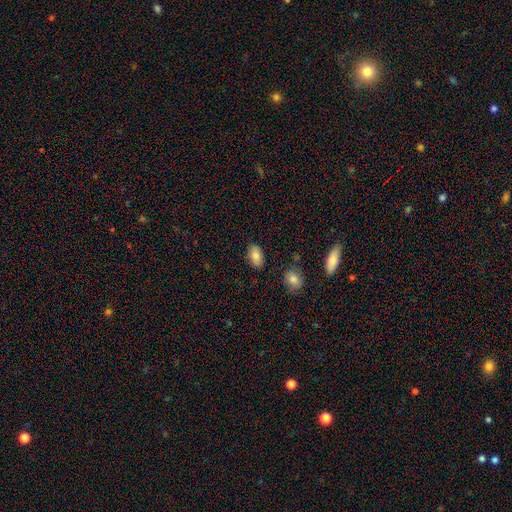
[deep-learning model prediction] smooth 82%, featured or disk 10%, star or artifact 8%. Down the decision tree: how rounded — in between (92%); merging — none (85%).